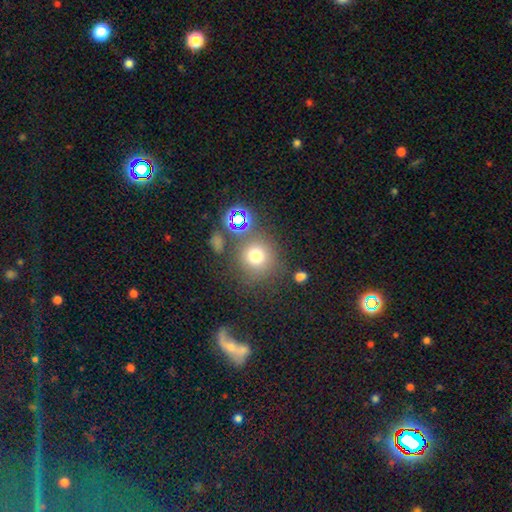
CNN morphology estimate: smooth_or_featured: smooth (p=0.71) [alt: star or artifact p=0.19]
how_rounded: round (p=0.91) [alt: in between p=0.08]
merging: none (p=0.72) [alt: minor disturbance p=0.11]